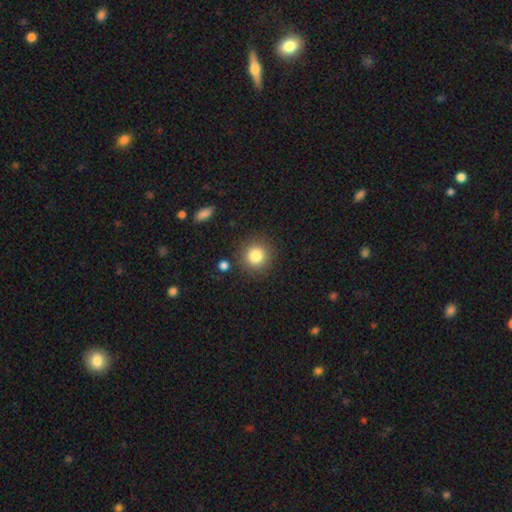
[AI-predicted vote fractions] The model was most divided on "smooth or featured": smooth: 82%, star or artifact: 11%, featured or disk: 7%. More confident: how rounded — round (93%); merging — none (86%).